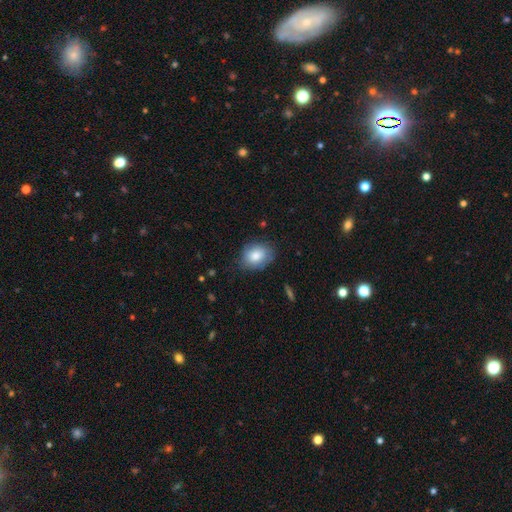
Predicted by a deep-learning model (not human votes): Smooth or featured: smooth — 82% (featured or disk — 11%)
How rounded: in between — 61% (round — 38%)
Merging: none — 76% (minor disturbance — 19%)